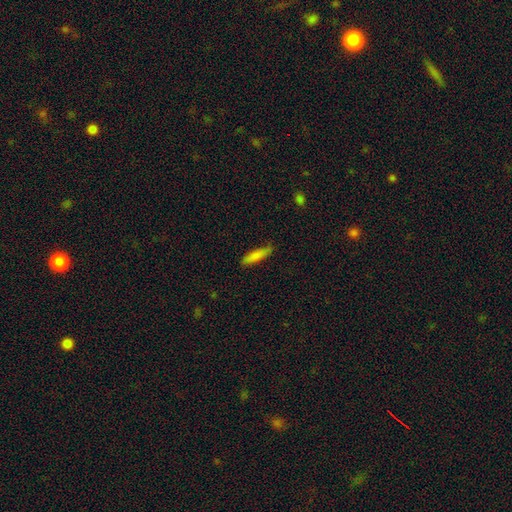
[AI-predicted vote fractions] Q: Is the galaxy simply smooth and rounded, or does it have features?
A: smooth — 83%.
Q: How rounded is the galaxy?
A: cigar-shaped — 72%.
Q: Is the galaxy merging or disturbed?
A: none — 80%.